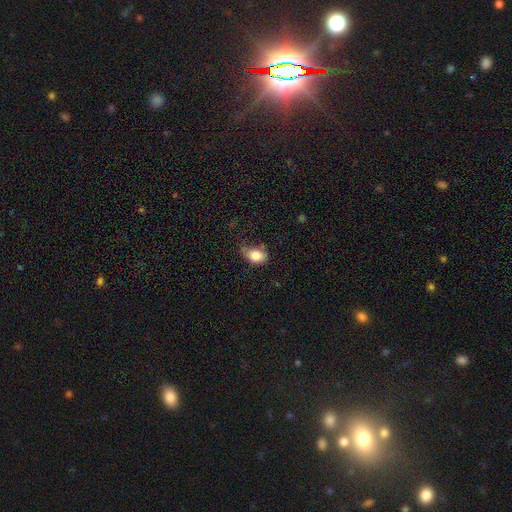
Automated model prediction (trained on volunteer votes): Q: Smooth or featured?
A: smooth (83%); runner-up: featured or disk (9%)
Q: How rounded?
A: in between (75%); runner-up: round (23%)
Q: Merging?
A: none (47%); runner-up: minor disturbance (37%)